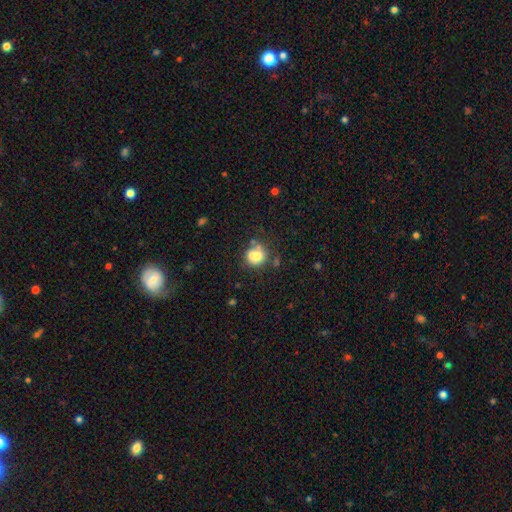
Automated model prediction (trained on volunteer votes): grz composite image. It shows a smooth galaxy with no disk features (67%) that is round (78%). Merging: none (46%).